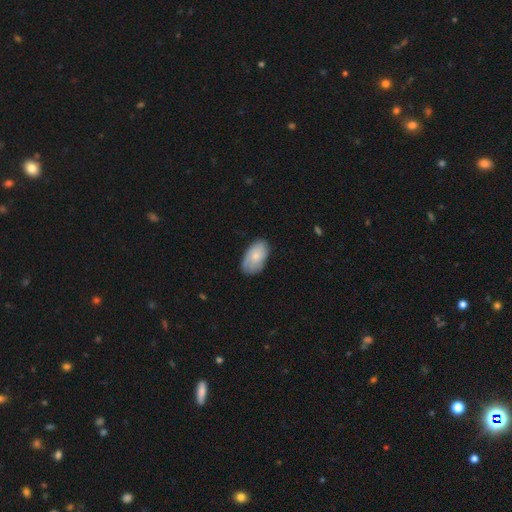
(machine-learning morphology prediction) This appears to be a smooth galaxy with no disk features (72%) that is in between round and cigar-shaped (94%). Merging: none (74%).